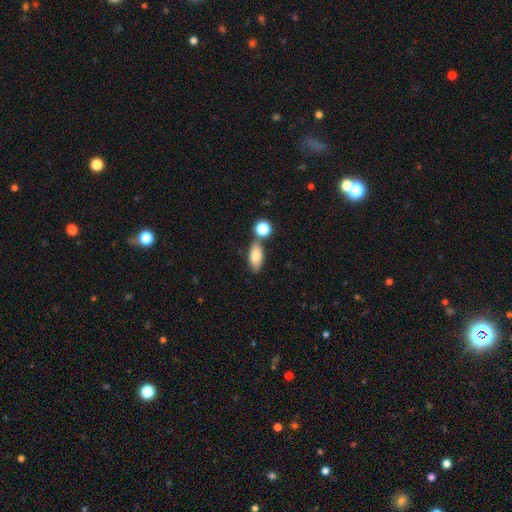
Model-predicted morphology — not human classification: Smooth or featured? smooth (81%)
How rounded? in between (84%)
Merging? none (65%)